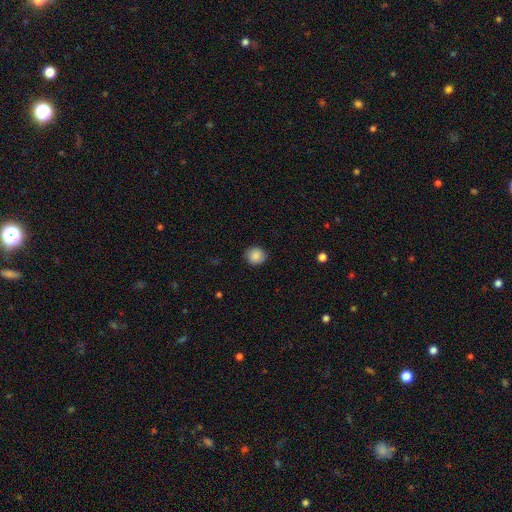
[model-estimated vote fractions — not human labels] This appears to be a smooth galaxy with no disk features (88%) that is round (82%). Merging: none (88%).